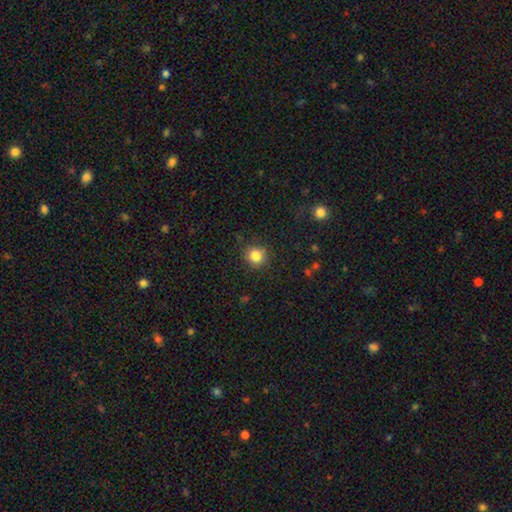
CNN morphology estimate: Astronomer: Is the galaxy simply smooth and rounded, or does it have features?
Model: smooth — 84%.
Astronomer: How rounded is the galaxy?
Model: round — 92%.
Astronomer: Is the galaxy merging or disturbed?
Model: none — 88%.